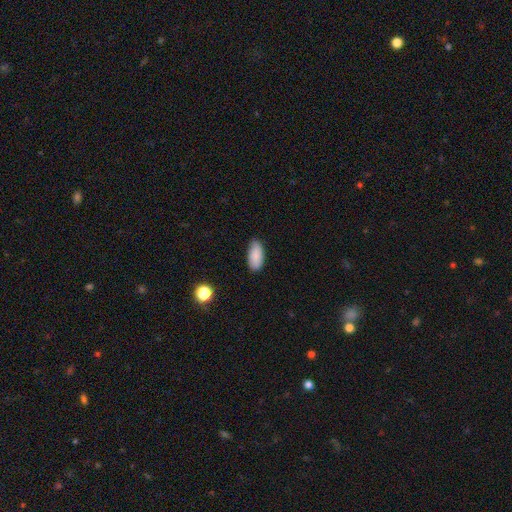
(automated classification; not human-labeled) smooth-or-featured: smooth: 88% | star or artifact: 7% | featured or disk: 5%
  how-rounded: in between: 91% | cigar-shaped: 7% | round: 2%
  merging: none: 82% | minor disturbance: 15% | major disturbance: 2% | merger: 1%